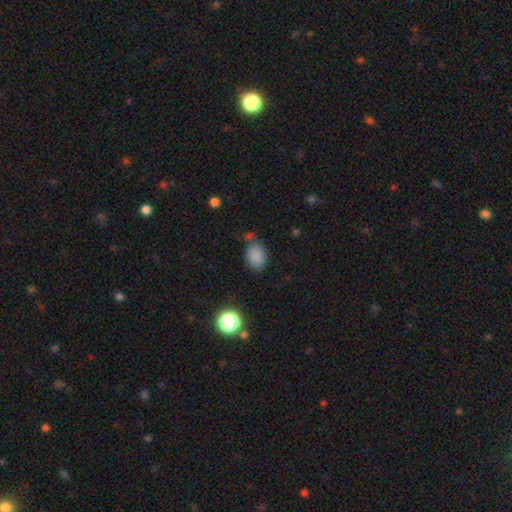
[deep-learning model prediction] smooth_or_featured: smooth (p=0.85) [alt: star or artifact p=0.11]
how_rounded: in between (p=0.80) [alt: round p=0.19]
merging: none (p=0.72) [alt: minor disturbance p=0.17]